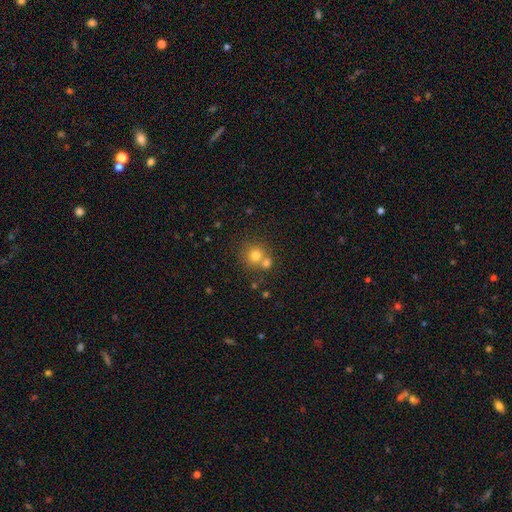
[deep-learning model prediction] Smooth or featured?
  - smooth: 75% *
  - star or artifact: 13%
  - featured or disk: 12%
How rounded?
  - round: 89% *
  - in between: 11%
  - cigar-shaped: 1%
Merging?
  - none: 52% *
  - merger: 38%
  - minor disturbance: 7%
  - major disturbance: 3%